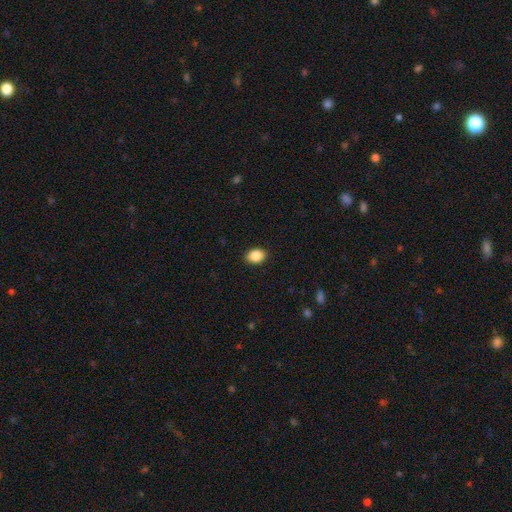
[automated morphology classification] Smooth or featured? Predicted: smooth (p=0.87). How rounded? Predicted: in between (p=0.71). Merging? Predicted: none (p=0.89).